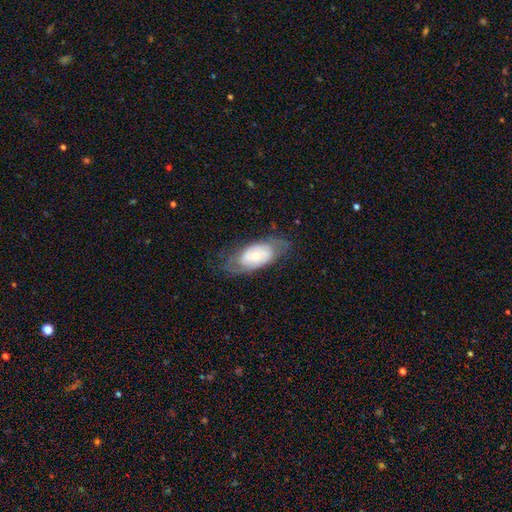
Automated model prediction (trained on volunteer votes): Overall: featured or disk (61%; smooth 33%). Edge-on disk: no (90%). Bar: no (74%). Spiral arms: yes (60%; no 40%). Bulge size: moderate (60%; small 33%). Merging: none (63%; minor disturbance 23%).